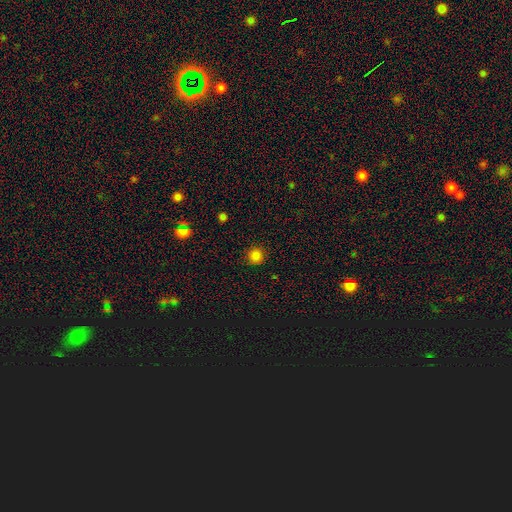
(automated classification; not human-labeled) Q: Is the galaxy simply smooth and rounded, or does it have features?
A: smooth — 83%.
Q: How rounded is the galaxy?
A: round — 94%.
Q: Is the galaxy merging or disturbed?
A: none — 90%.